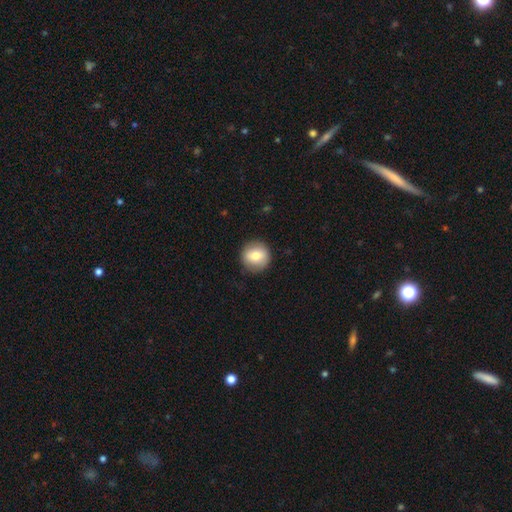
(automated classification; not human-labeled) This appears to be a smooth galaxy with no disk features (74%) that is round (93%). Merging: none (88%).